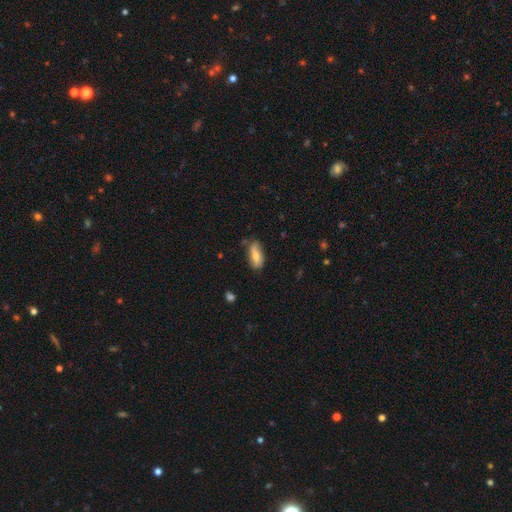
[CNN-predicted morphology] This is likely a smooth galaxy (68%). How rounded: clearly in between (82%). Merging: likely none (66%).